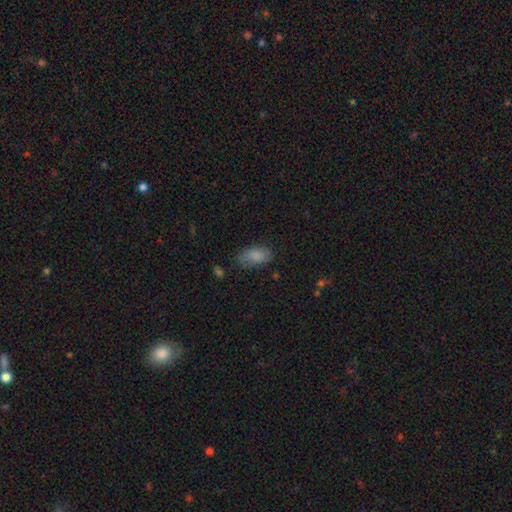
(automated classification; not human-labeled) Q: Smooth or featured?
A: smooth (84%); runner-up: star or artifact (8%)
Q: How rounded?
A: in between (91%); runner-up: cigar-shaped (5%)
Q: Merging?
A: none (69%); runner-up: minor disturbance (23%)